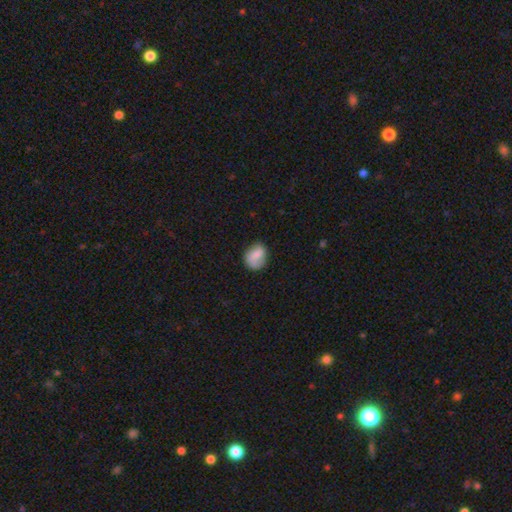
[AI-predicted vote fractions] This appears to be a smooth galaxy with no disk features (67%) that is round (50%). Merging: none (64%).